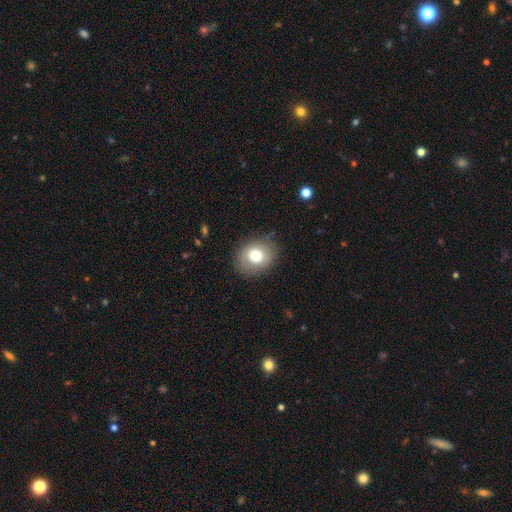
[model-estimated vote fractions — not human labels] Morphology: type=smooth (75%); roundness=round (55%); merging=none (83%).